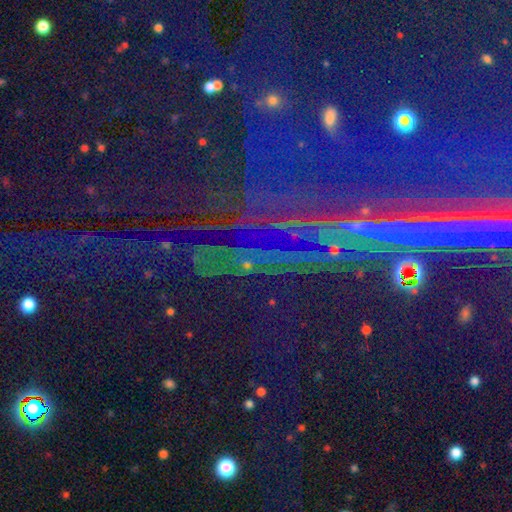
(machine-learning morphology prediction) smooth-or-featured: star or artifact: 85% | smooth: 7% | featured or disk: 7%